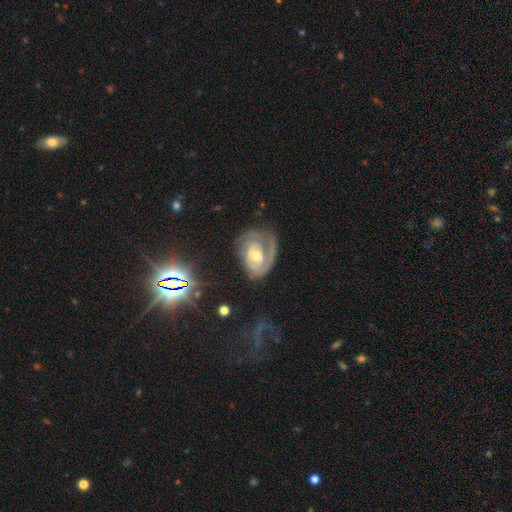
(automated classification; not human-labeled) Overall: featured or disk (77%). Edge-on disk: no (96%). Bar: no (62%; weak 30%). Spiral arms: yes (85%). Spiral arm count: 1 (33%; 2 29%). Spiral winding: tight (62%; medium 28%). Bulge size: moderate (55%; small 38%). Merging: none (54%; minor disturbance 24%).